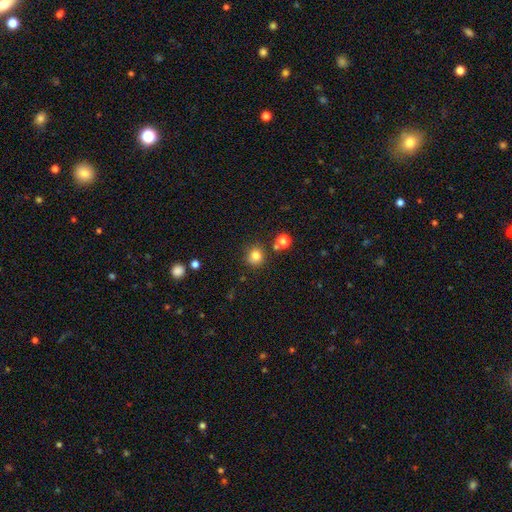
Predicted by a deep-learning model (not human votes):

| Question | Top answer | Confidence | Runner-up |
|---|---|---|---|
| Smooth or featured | smooth | 80% | star or artifact (13%) |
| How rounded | round | 89% | in between (10%) |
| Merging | none | 79% | minor disturbance (11%) |